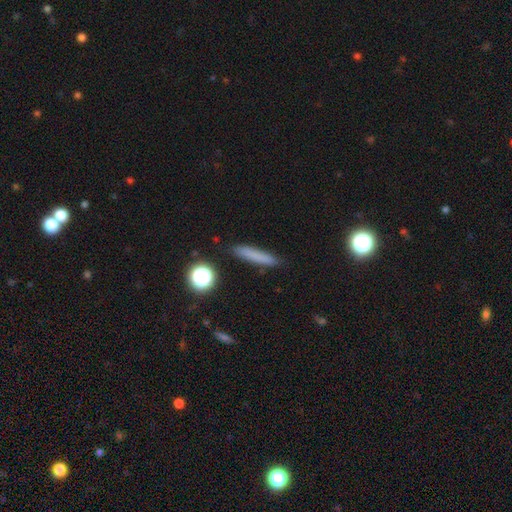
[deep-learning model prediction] The model was most divided on "smooth or featured": smooth: 75%, featured or disk: 14%, star or artifact: 11%. More confident: how rounded — cigar-shaped (90%); merging — none (88%).